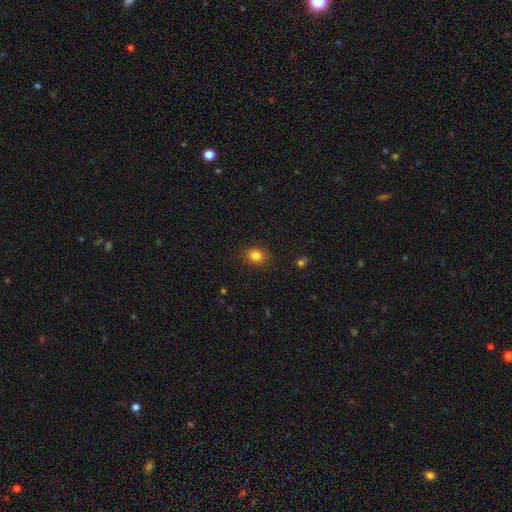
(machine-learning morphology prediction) A smooth galaxy with no disk features (82%) that is round (59%). Merging: none (89%).